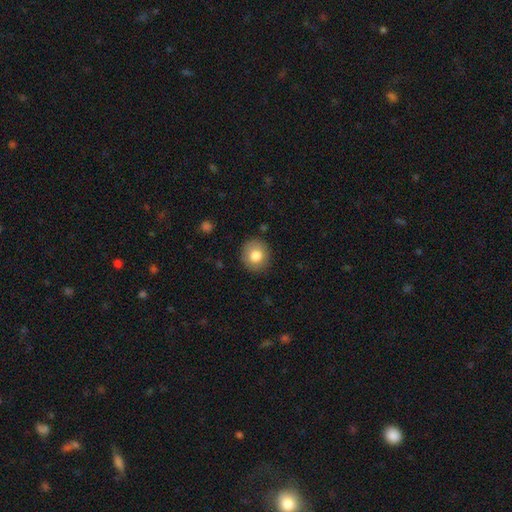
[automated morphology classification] This appears to be a smooth galaxy with no disk features (81%) that is round (86%). Merging: none (87%).